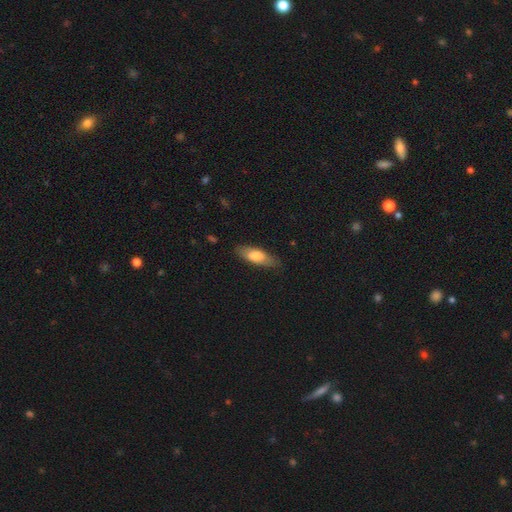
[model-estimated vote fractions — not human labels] The model was most divided on "how rounded": in between: 63%, cigar-shaped: 35%, round: 2%. More confident: merging — none (79%); smooth or featured — smooth (69%).